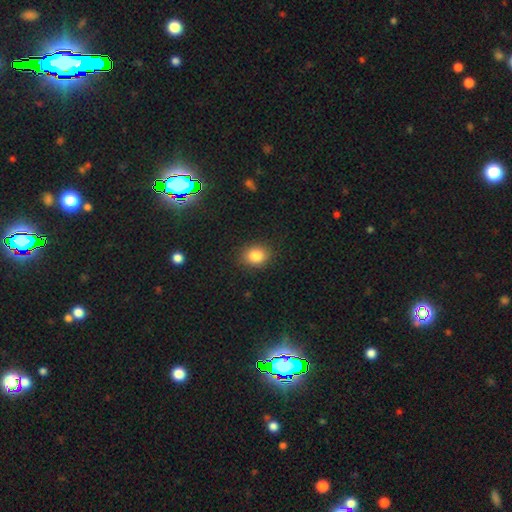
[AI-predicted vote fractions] Morphology: type=smooth (83%); roundness=round (54%); merging=none (87%).